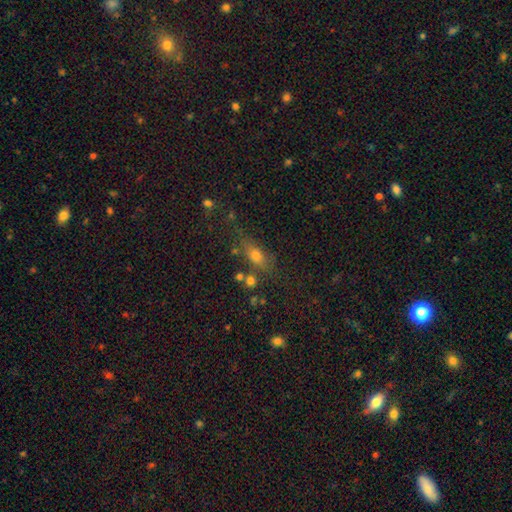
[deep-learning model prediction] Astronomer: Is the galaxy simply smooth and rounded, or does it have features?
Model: smooth — 66%.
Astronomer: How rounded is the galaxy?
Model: in between — 64%.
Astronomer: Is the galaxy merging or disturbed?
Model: none — 64%.